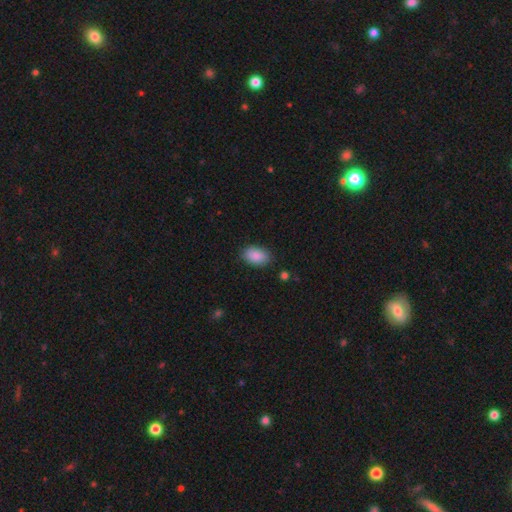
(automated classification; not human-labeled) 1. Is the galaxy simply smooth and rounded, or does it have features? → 89% smooth, 7% star or artifact, 4% featured or disk.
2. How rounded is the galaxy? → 89% in between, 9% round, 1% cigar-shaped.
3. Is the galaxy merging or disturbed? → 84% none, 12% minor disturbance, 3% major disturbance, 1% merger.